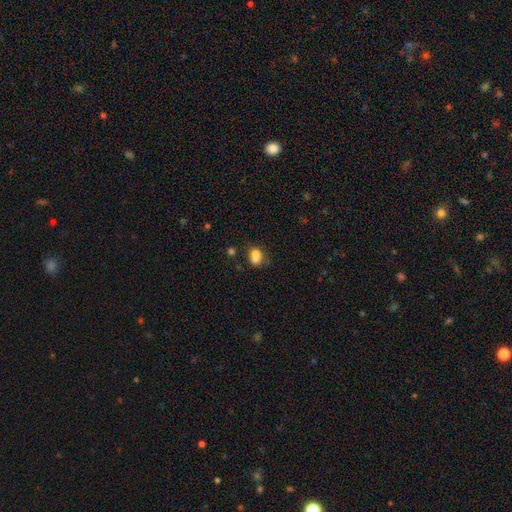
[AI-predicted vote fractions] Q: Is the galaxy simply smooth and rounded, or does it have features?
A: smooth — 75%.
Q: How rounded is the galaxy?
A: in between — 55%.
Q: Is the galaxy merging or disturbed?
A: merger — 46%.